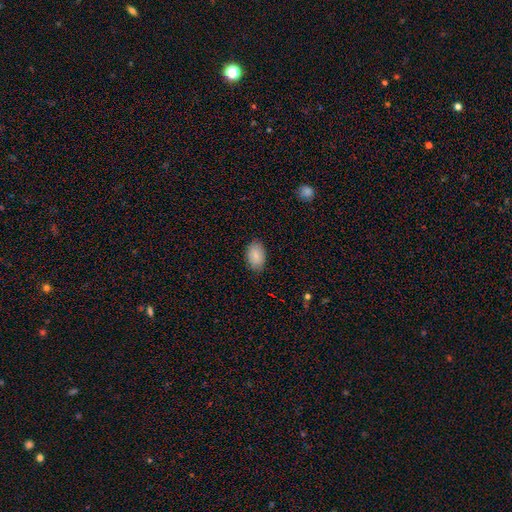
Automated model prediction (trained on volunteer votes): smooth 88%, star or artifact 7%, featured or disk 6%. Down the decision tree: how rounded — in between (90%); merging — none (83%).